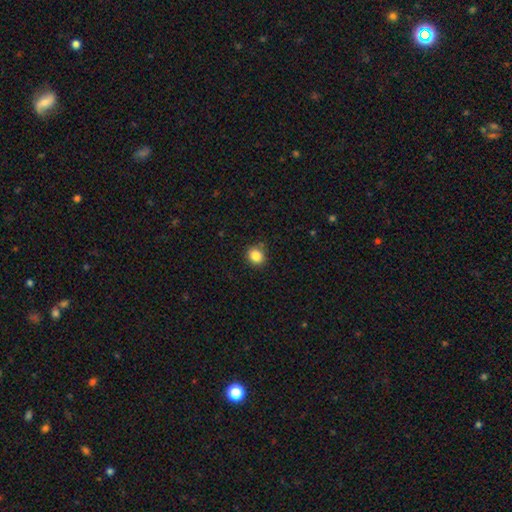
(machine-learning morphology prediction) Smooth or featured? Predicted: smooth (p=0.85). How rounded? Predicted: round (p=0.79). Merging? Predicted: none (p=0.86).